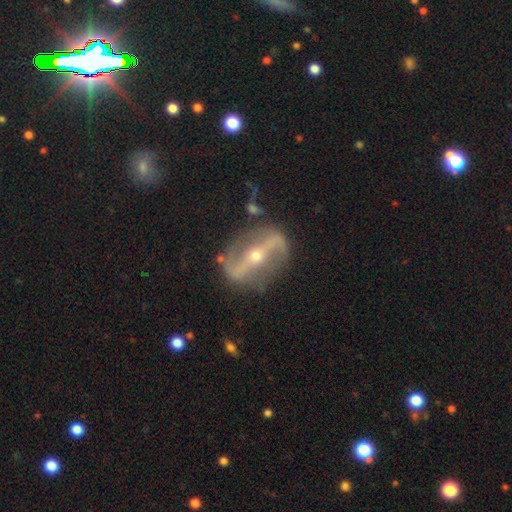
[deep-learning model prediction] Smooth or featured: featured or disk — 88% (smooth — 7%)
Edge-on disk: no — 86% (yes — 14%)
Bar: strong — 77% (weak — 13%)
Spiral arms: yes — 78% (no — 22%)
Spiral winding: loose — 57% (medium — 29%)
Spiral arm count: 2 — 91% (can't tell — 4%)
Bulge size: small — 57% (moderate — 40%)
Merging: none — 80% (minor disturbance — 13%)